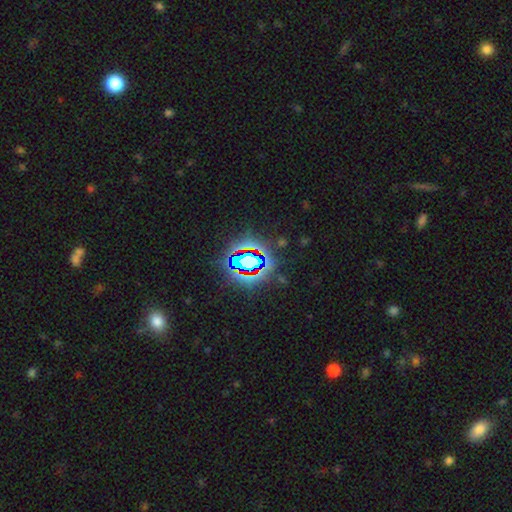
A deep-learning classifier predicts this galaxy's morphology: smooth-or-featured: star or artifact: 74% | smooth: 15% | featured or disk: 10%